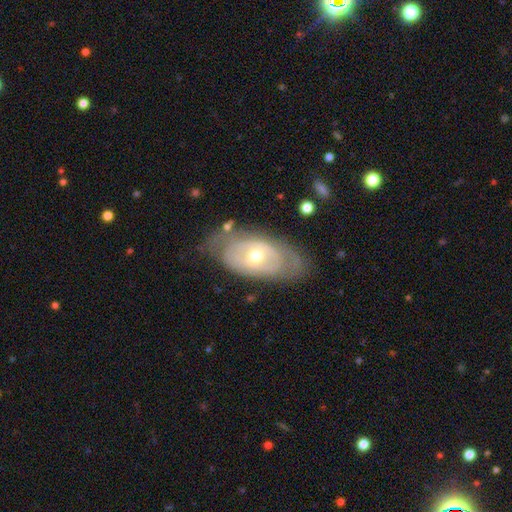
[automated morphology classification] Smooth or featured: featured or disk — 69% (smooth — 26%)
Edge-on disk: no — 91% (yes — 9%)
Bar: no — 72% (weak — 22%)
Spiral arms: yes — 51% (no — 49%)
Bulge size: moderate — 62% (small — 33%)
Merging: none — 67% (minor disturbance — 22%)